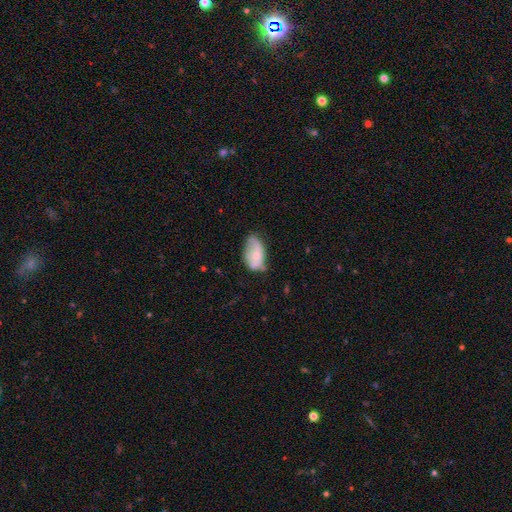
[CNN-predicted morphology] Smooth or featured? smooth (57%)
How rounded? in between (92%)
Merging? minor disturbance (43%)